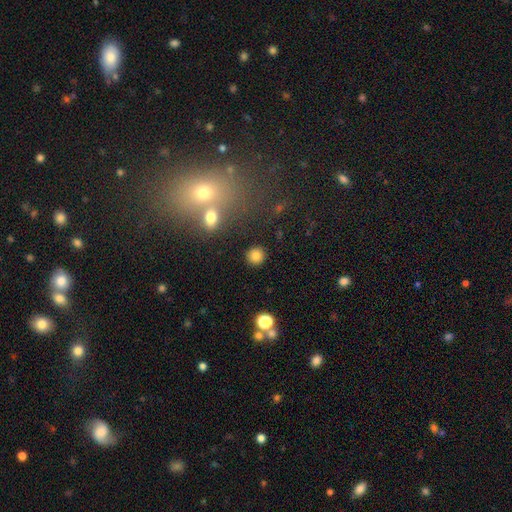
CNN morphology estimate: The model was most divided on "smooth or featured": smooth: 83%, star or artifact: 11%, featured or disk: 5%. More confident: how rounded — round (92%); merging — none (89%).